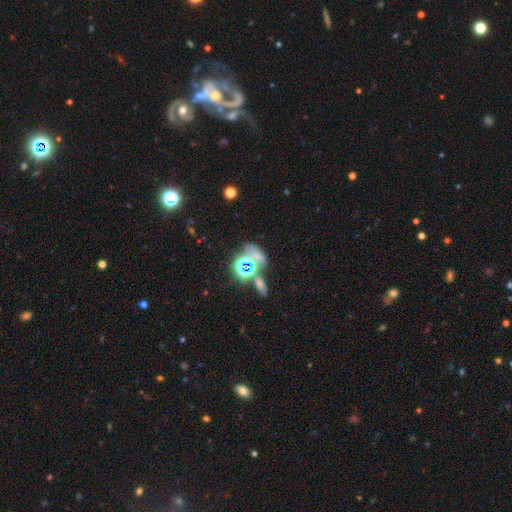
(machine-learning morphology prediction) The model was most divided on "smooth or featured": star or artifact: 46%, smooth: 38%, featured or disk: 15%.